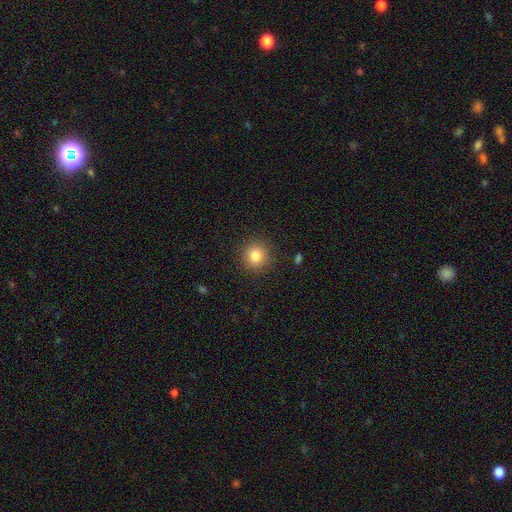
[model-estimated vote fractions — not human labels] A smooth galaxy with no disk features (82%) that is round (89%). Merging: none (90%).